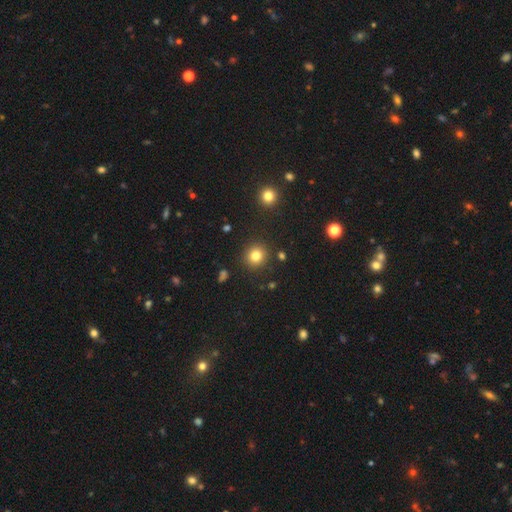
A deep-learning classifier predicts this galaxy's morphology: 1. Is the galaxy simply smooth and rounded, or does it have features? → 81% smooth, 13% star or artifact, 6% featured or disk.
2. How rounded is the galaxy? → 88% round, 11% in between, 1% cigar-shaped.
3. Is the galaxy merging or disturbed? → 89% none, 6% minor disturbance, 3% major disturbance, 2% merger.